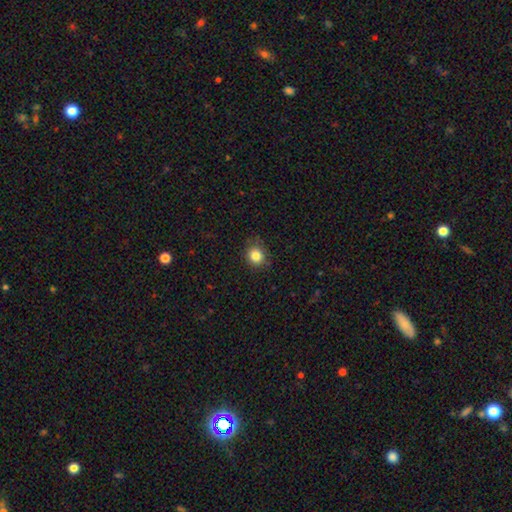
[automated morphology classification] Smooth or featured: smooth — 83% (star or artifact — 11%)
How rounded: round — 83% (in between — 16%)
Merging: none — 80% (minor disturbance — 15%)